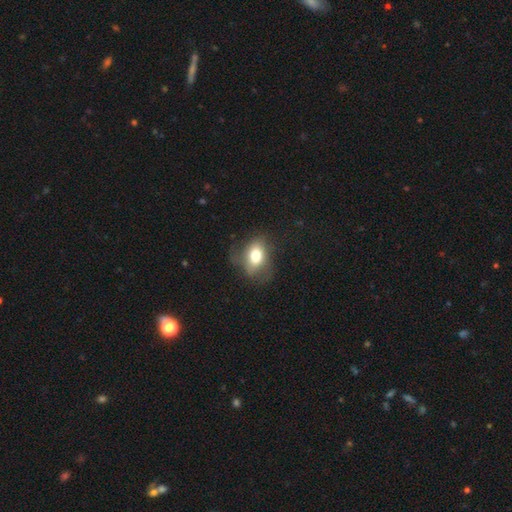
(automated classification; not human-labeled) Smooth or featured? smooth (71%)
How rounded? in between (75%)
Merging? none (52%)